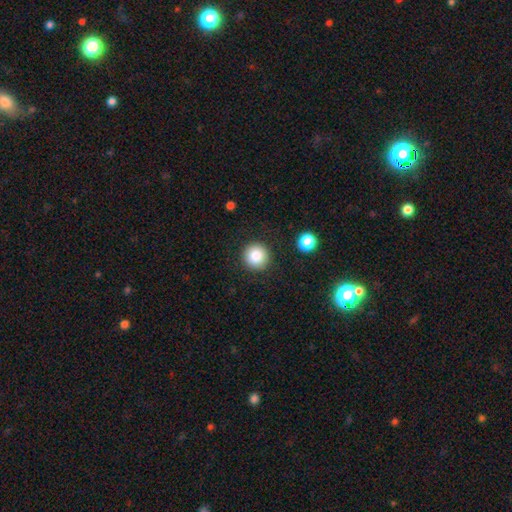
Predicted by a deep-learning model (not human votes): Smooth or featured? smooth (84%)
How rounded? round (96%)
Merging? none (90%)